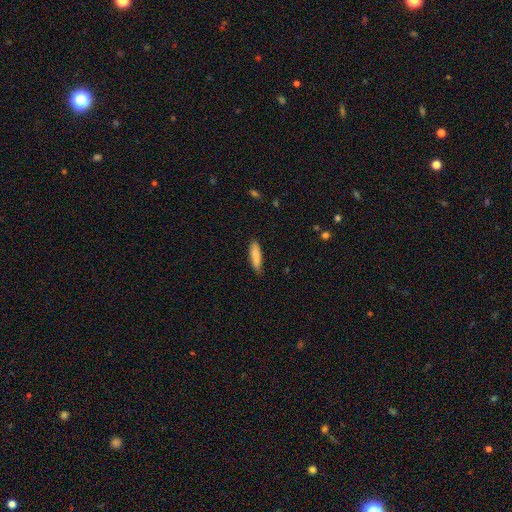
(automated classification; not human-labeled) Smooth or featured?
  - smooth: 87% *
  - featured or disk: 7%
  - star or artifact: 6%
How rounded?
  - cigar-shaped: 65% *
  - in between: 34%
  - round: 1%
Merging?
  - none: 83% *
  - minor disturbance: 13%
  - major disturbance: 2%
  - merger: 1%